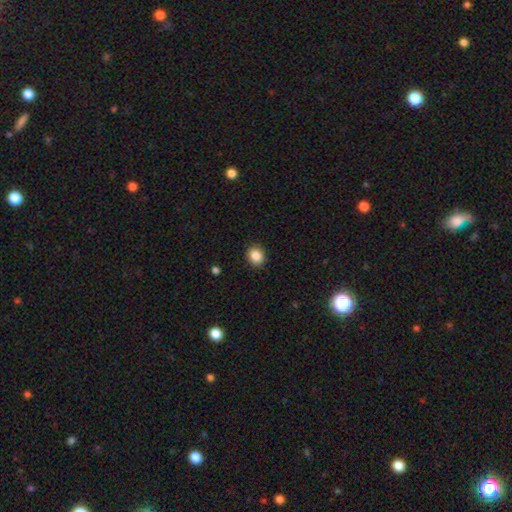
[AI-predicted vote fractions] Smooth or featured? smooth (87%)
How rounded? round (71%)
Merging? none (90%)